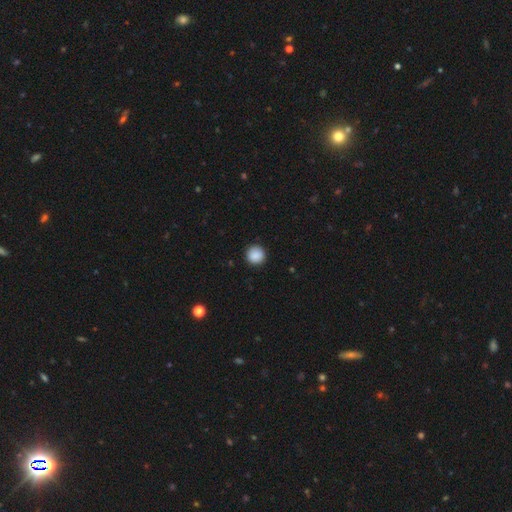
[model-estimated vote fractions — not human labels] Overall: smooth (89%). How rounded: round (94%). Merging: none (91%).